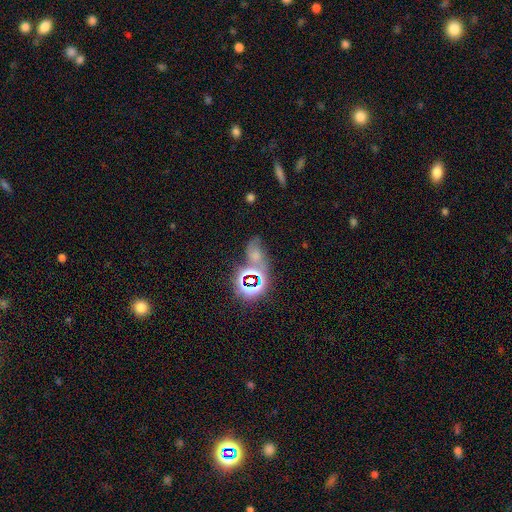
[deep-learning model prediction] smooth-or-featured: star or artifact: 42% | smooth: 36% | featured or disk: 22%